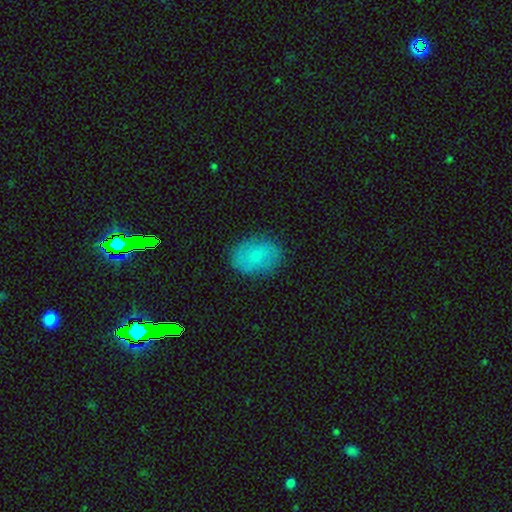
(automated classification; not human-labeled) smooth-or-featured: smooth: 73% | featured or disk: 18% | star or artifact: 10%
  how-rounded: in between: 67% | round: 32% | cigar-shaped: 1%
  merging: none: 82% | minor disturbance: 14% | major disturbance: 3% | merger: 1%